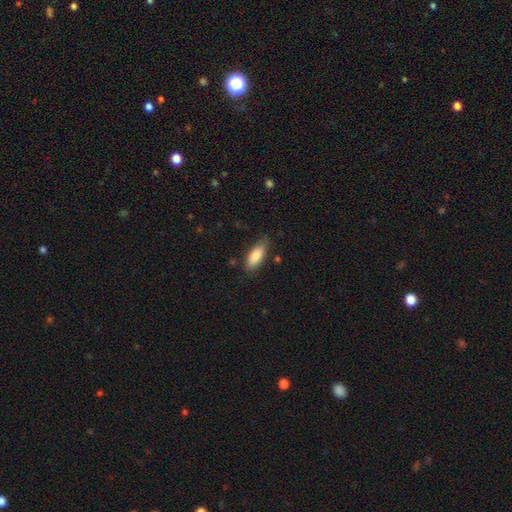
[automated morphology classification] This appears to be a smooth galaxy with no disk features (85%) that is in between round and cigar-shaped (78%). Merging: none (78%).